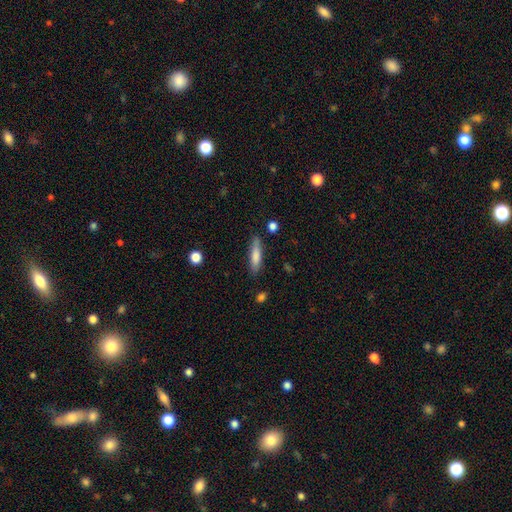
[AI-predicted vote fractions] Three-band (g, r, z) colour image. It shows a smooth galaxy with no disk features (77%) that is cigar-shaped (71%). Merging: none (80%).